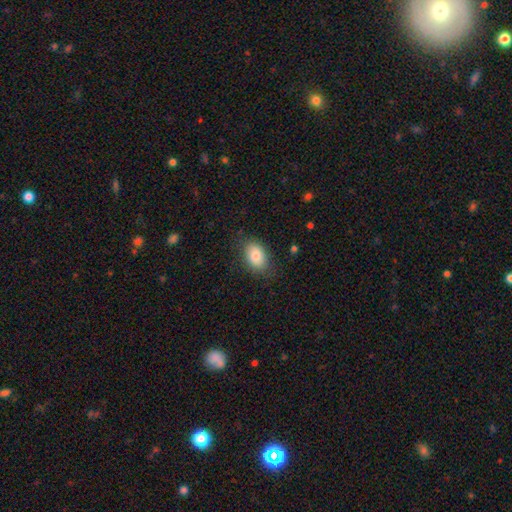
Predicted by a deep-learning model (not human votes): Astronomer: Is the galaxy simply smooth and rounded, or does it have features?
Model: smooth — 83%.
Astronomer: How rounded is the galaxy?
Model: in between — 86%.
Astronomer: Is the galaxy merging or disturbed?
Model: none — 80%.